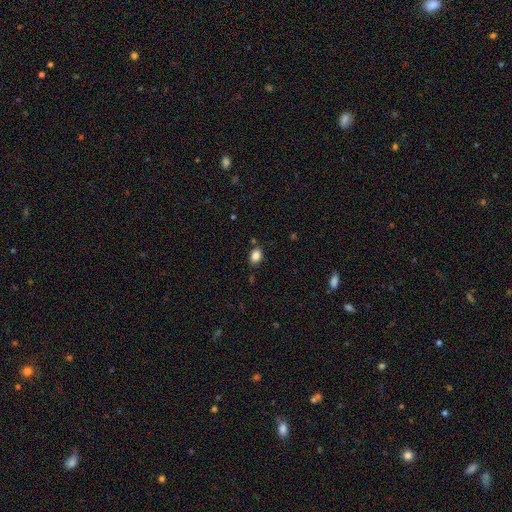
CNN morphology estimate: Smooth or featured?
  - smooth: 85% *
  - star or artifact: 10%
  - featured or disk: 5%
How rounded?
  - in between: 79% *
  - round: 20%
  - cigar-shaped: 1%
Merging?
  - none: 82% *
  - minor disturbance: 12%
  - merger: 3%
  - major disturbance: 3%